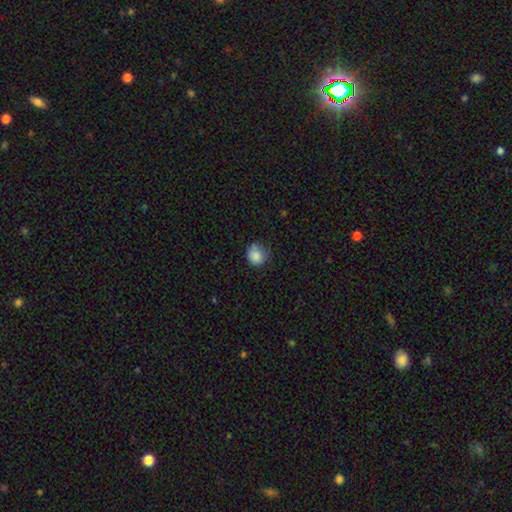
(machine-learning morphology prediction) A smooth galaxy with no disk features (85%) that is round (83%).

Vote fractions:
- Smooth or featured? smooth: 85% / star or artifact: 9% / featured or disk: 6%
- How rounded? round: 83% / in between: 16% / cigar-shaped: 1%
- Merging? none: 61% / minor disturbance: 30% / major disturbance: 7% / merger: 2%